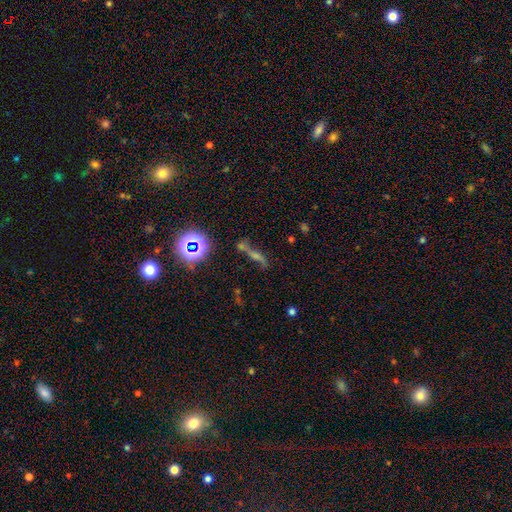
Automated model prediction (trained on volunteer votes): Smooth or featured: featured or disk — 37% (tied with star or artifact — 37%)
Merging: none — 56% (merger — 18%)